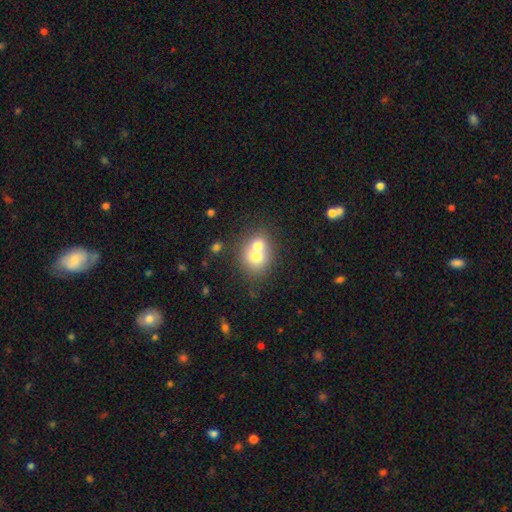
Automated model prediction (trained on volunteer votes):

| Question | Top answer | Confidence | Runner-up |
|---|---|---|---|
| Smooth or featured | smooth | 67% | featured or disk (23%) |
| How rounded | round | 69% | in between (30%) |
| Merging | merger | 65% | none (27%) |